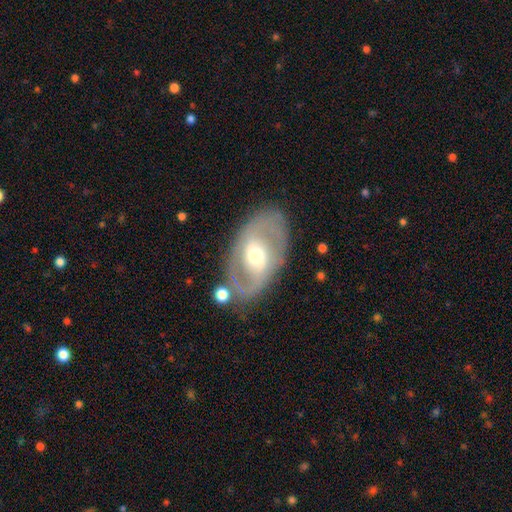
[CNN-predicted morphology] The model was most divided on "bar": weak: 40%, no: 37%, strong: 23%. More confident: edge-on disk — no (92%); merging — none (76%); smooth or featured — featured or disk (72%); bulge size — moderate (66%); spiral arms — yes (61%).